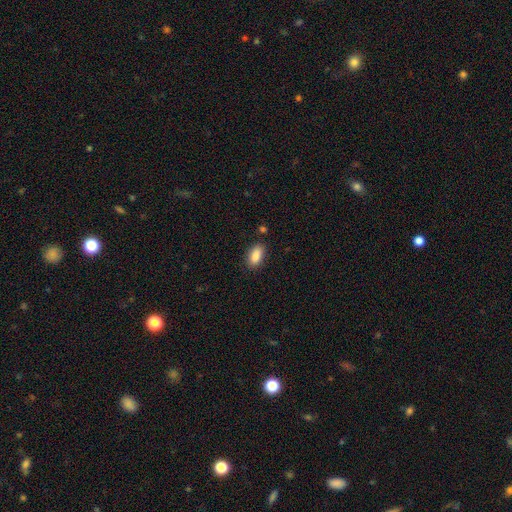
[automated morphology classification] Overall: smooth (88%). How rounded: in between (91%). Merging: none (85%).